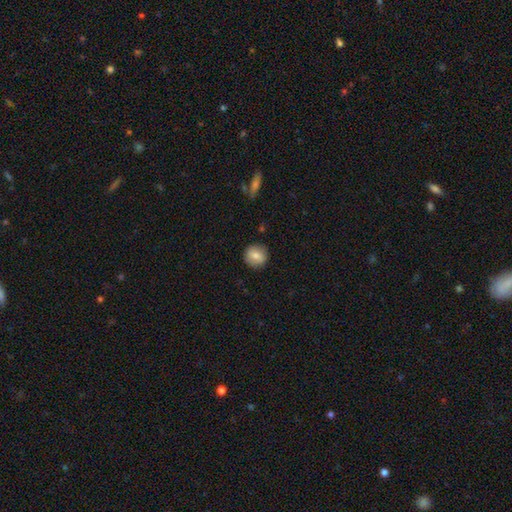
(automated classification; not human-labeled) The model was most divided on "smooth or featured": smooth: 78%, featured or disk: 14%, star or artifact: 8%. More confident: how rounded — round (92%); merging — none (89%).